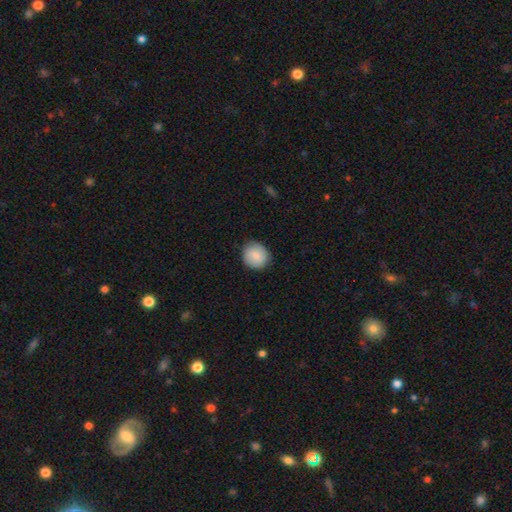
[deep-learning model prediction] This appears to be a smooth galaxy with no disk features (82%) that is round (86%). Merging: none (85%).